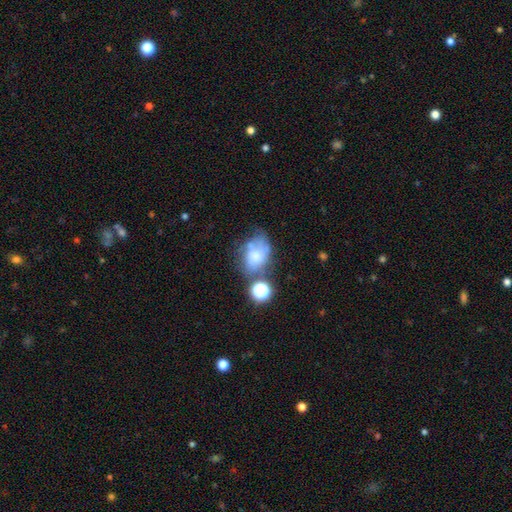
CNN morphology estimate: type=smooth (59%); roundness=in between (74%); merging=none (35%).